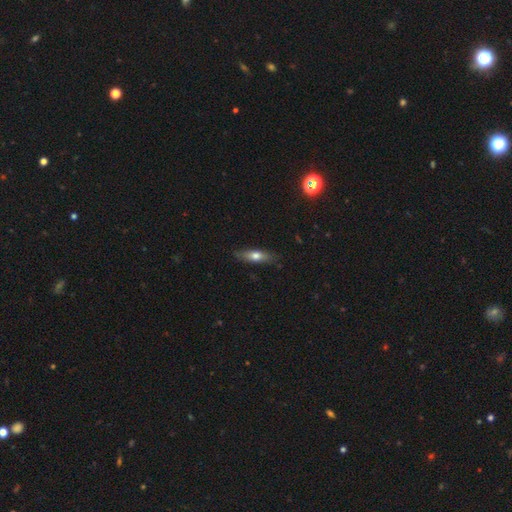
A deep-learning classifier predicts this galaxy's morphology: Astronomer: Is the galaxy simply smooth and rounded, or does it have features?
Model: smooth — 63%.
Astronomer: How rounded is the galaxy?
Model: cigar-shaped — 55% (runner-up: in between, 42%).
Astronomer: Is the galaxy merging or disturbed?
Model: none — 82%.